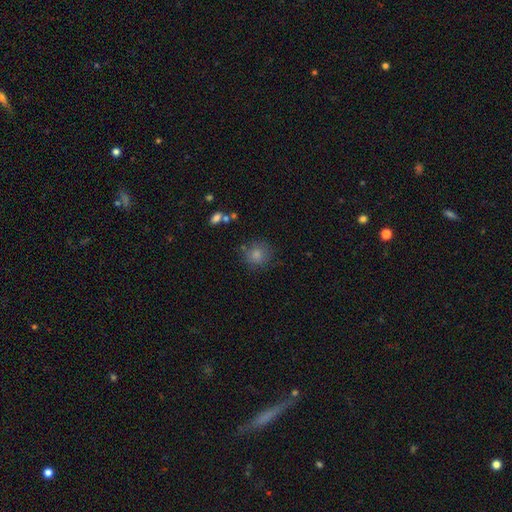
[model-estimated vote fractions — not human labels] This is likely a smooth galaxy (71%). How rounded: clearly round (92%). Merging: clearly none (84%).